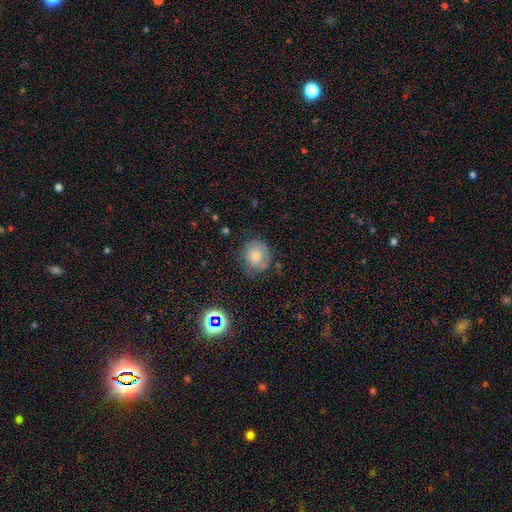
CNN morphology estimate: Overall: smooth (64%; featured or disk 26%). How rounded: round (72%). Merging: none (66%).